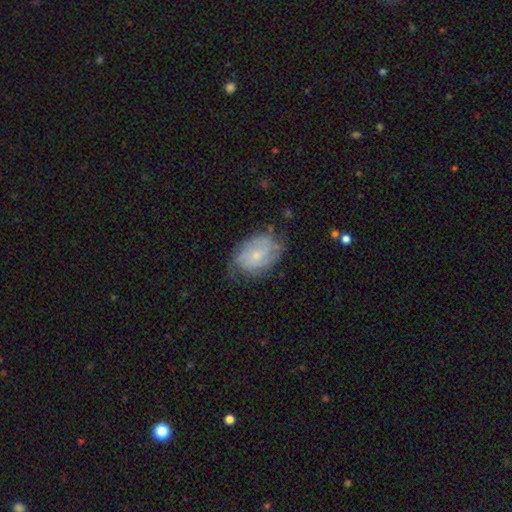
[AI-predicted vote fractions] Q: Smooth or featured?
A: featured or disk (60%); runner-up: smooth (33%)
Q: Edge-on disk?
A: no (97%); runner-up: yes (3%)
Q: Bar?
A: no (67%); runner-up: weak (28%)
Q: Spiral arms?
A: yes (84%); runner-up: no (16%)
Q: Bulge size?
A: small (69%); runner-up: moderate (24%)
Q: Merging?
A: none (59%); runner-up: minor disturbance (28%)